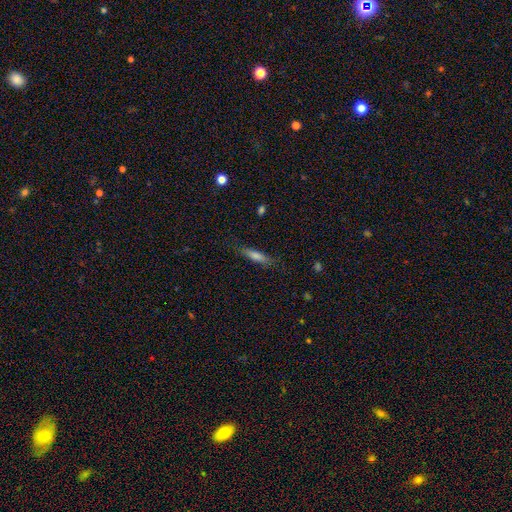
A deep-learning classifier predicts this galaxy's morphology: Q: Smooth or featured?
A: smooth (67%); runner-up: featured or disk (24%)
Q: How rounded?
A: cigar-shaped (78%); runner-up: in between (20%)
Q: Merging?
A: none (81%); runner-up: minor disturbance (14%)